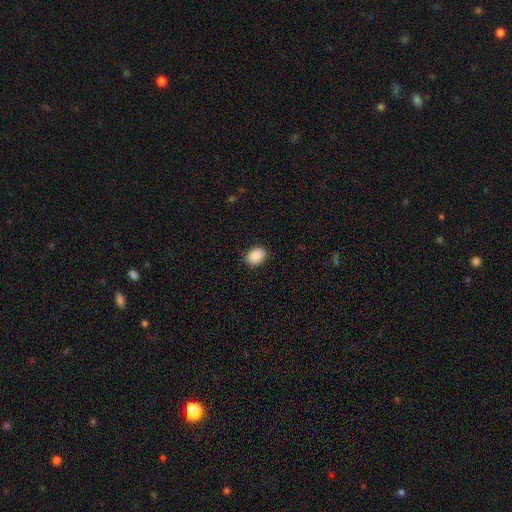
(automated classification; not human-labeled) Q: Smooth or featured?
A: smooth (90%); runner-up: star or artifact (7%)
Q: How rounded?
A: in between (72%); runner-up: round (27%)
Q: Merging?
A: none (88%); runner-up: minor disturbance (9%)